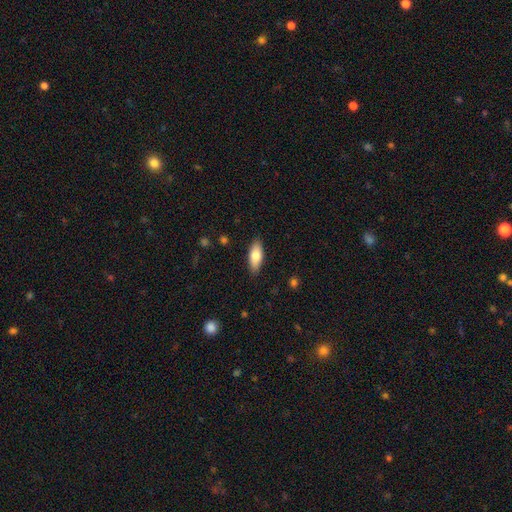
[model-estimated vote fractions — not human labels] Smooth or featured? Predicted: smooth (p=0.76). How rounded? Predicted: in between (p=0.74). Merging? Predicted: none (p=0.89).